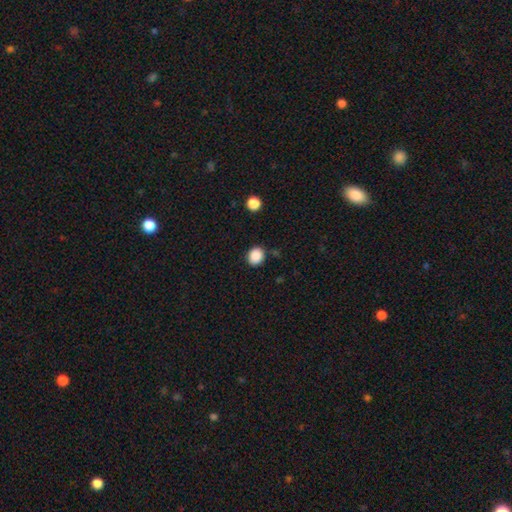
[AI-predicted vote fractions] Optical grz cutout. It shows a smooth galaxy with no disk features (88%) that is round (70%). Merging: none (85%).